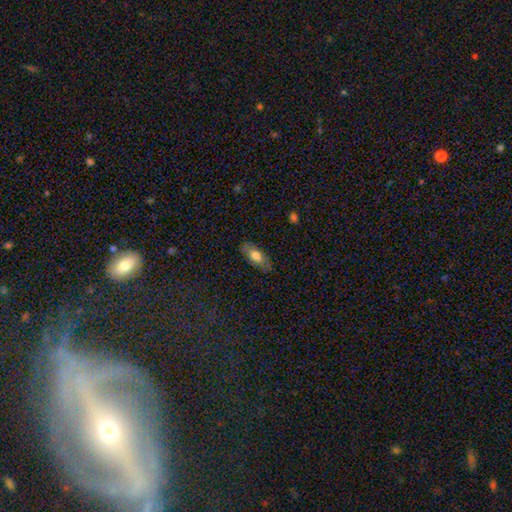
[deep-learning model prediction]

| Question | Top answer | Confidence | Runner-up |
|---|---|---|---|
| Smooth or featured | smooth | 67% | featured or disk (26%) |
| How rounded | in between | 78% | cigar-shaped (19%) |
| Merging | none | 77% | minor disturbance (18%) |